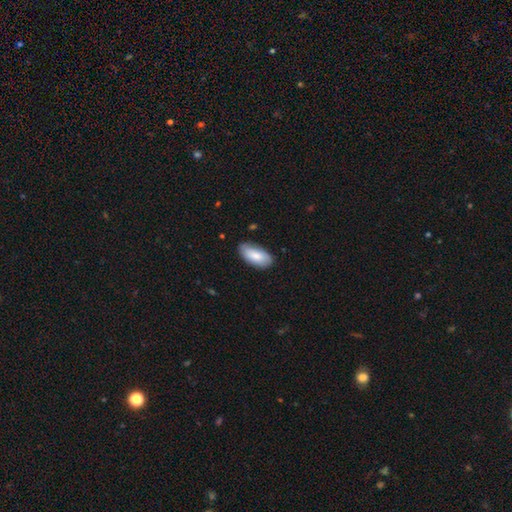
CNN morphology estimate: Smooth or featured: smooth — 80% (featured or disk — 14%)
How rounded: in between — 93% (cigar-shaped — 5%)
Merging: none — 80% (minor disturbance — 16%)